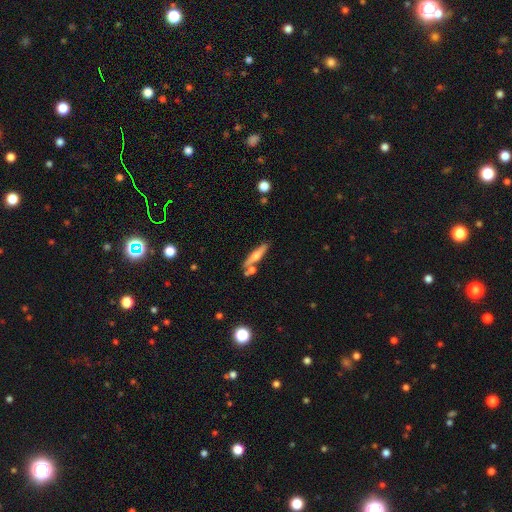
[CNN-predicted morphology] Smooth or featured? featured or disk (53%)
Edge-on disk? yes (94%)
Merging? none (72%)